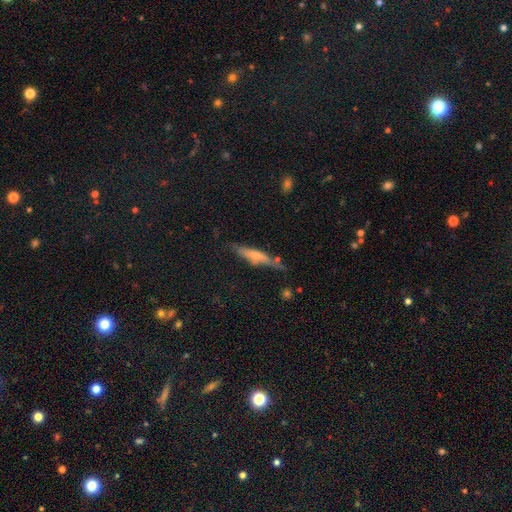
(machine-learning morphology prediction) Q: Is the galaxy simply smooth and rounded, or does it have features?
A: smooth — 46%, tied with featured or disk.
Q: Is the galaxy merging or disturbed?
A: none — 64%.